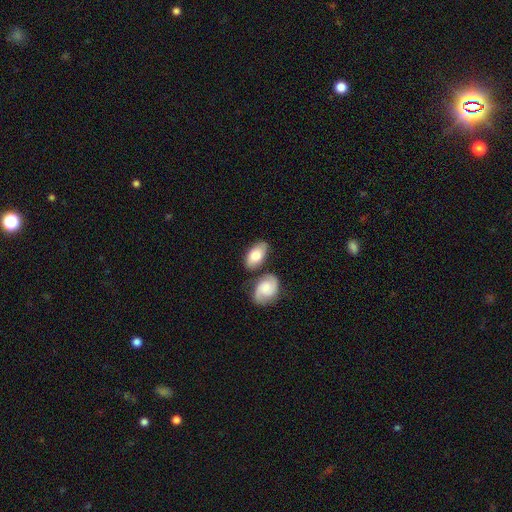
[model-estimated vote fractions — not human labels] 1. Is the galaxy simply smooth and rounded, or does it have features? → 67% smooth, 27% featured or disk, 6% star or artifact.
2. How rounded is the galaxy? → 91% in between, 6% round, 3% cigar-shaped.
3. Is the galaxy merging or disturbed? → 61% none, 18% merger, 16% minor disturbance, 4% major disturbance.